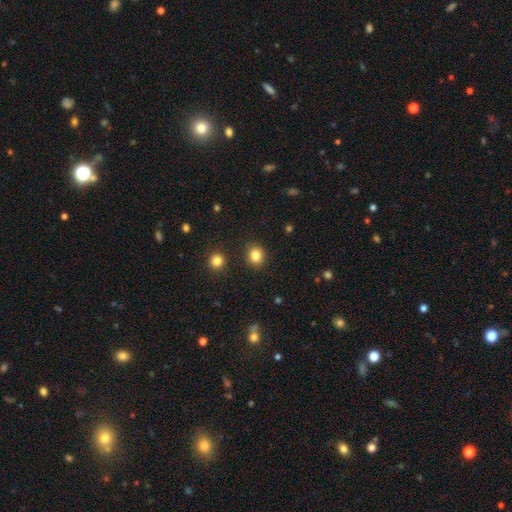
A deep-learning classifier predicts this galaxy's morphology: The model was most divided on "how rounded": round: 79%, in between: 20%, cigar-shaped: 1%. More confident: merging — none (89%); smooth or featured — smooth (83%).